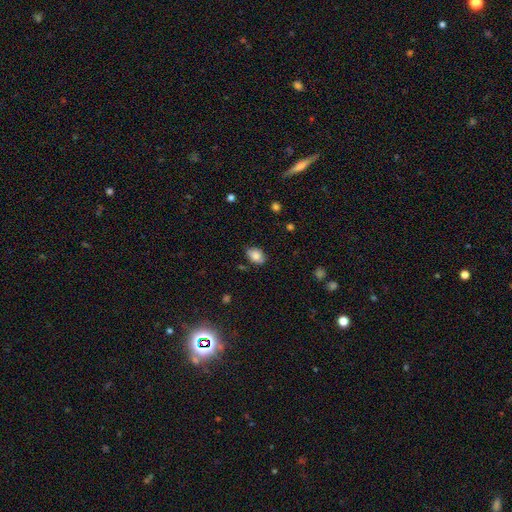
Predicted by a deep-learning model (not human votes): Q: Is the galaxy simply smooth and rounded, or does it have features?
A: smooth — 82%.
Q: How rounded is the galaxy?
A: in between — 79%.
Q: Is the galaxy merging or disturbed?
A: none — 76%.